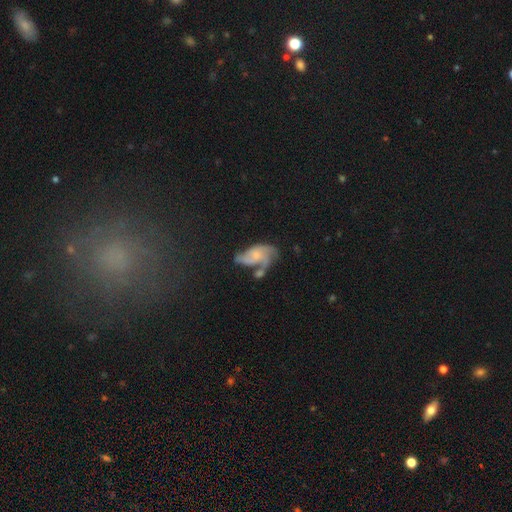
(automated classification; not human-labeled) The model was most divided on "spiral arm count": 3: 31%, 2: 30%, can't tell: 22%, 4: 6%, 1: 6%, more than 4: 4%. Remaining: edge-on disk — no (96%); spiral arms — yes (84%); bar — no (69%); smooth or featured — featured or disk (67%); bulge size — small (60%); spiral winding — medium (45%); merging — none (28%).